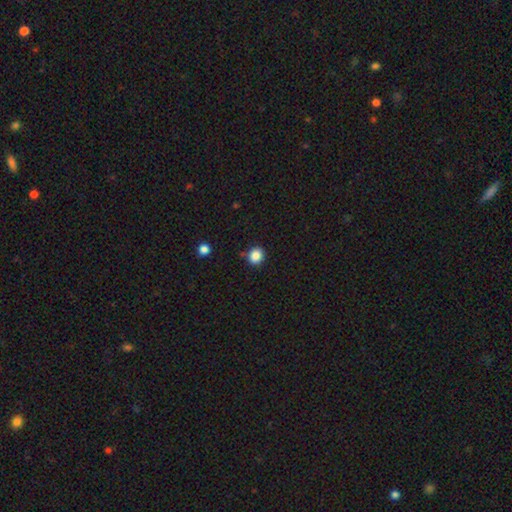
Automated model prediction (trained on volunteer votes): Smooth or featured?
  - smooth: 86% *
  - star or artifact: 10%
  - featured or disk: 4%
How rounded?
  - round: 78% *
  - in between: 22%
  - cigar-shaped: 1%
Merging?
  - none: 87% *
  - minor disturbance: 8%
  - merger: 3%
  - major disturbance: 2%